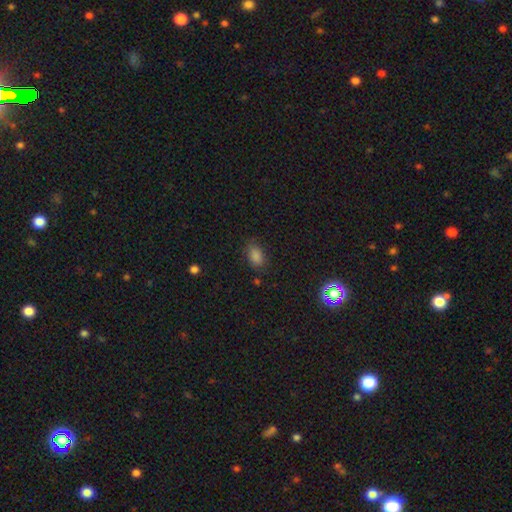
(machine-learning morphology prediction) Smooth or featured? Predicted: smooth (p=0.78). How rounded? Predicted: in between (p=0.86). Merging? Predicted: none (p=0.80).